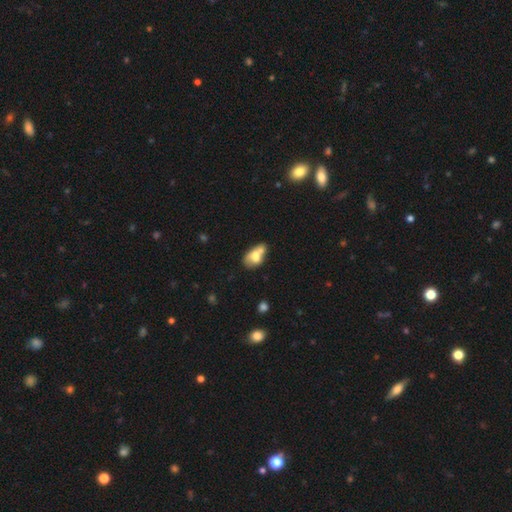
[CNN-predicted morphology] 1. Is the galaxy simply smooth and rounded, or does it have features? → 64% smooth, 27% featured or disk, 9% star or artifact.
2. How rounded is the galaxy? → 80% in between, 17% round, 3% cigar-shaped.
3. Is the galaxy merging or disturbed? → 55% merger, 21% none, 14% minor disturbance, 10% major disturbance.